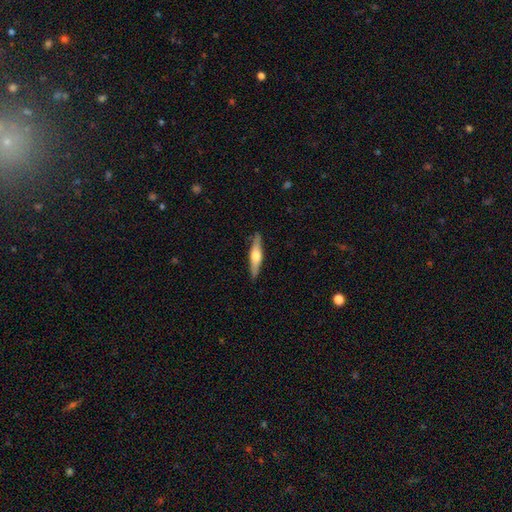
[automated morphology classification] type=featured or disk (55%); edge-on=yes (94%); edge-on bulge=rounded (90%); merging=none (88%).